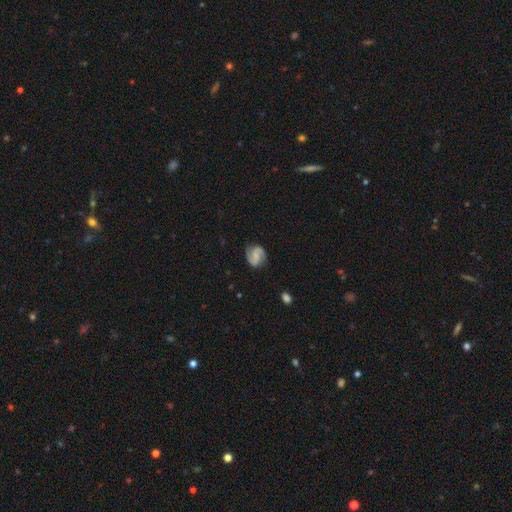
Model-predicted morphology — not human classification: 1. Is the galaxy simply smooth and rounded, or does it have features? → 76% featured or disk, 17% smooth, 7% star or artifact.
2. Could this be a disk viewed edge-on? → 98% no, 2% yes.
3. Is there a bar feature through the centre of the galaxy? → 44% weak, 37% no, 20% strong.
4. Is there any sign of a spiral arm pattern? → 96% yes, 4% no.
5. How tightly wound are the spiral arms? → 48% medium, 27% tight, 24% loose.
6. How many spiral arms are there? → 91% 2, 3% can't tell, 2% 1, 1% 3, 1% 4, 1% more than 4.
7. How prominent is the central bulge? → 45% none, 36% small, 16% moderate, 2% large, 1% dominant.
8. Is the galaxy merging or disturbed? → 82% none, 13% minor disturbance, 4% major disturbance, 1% merger.